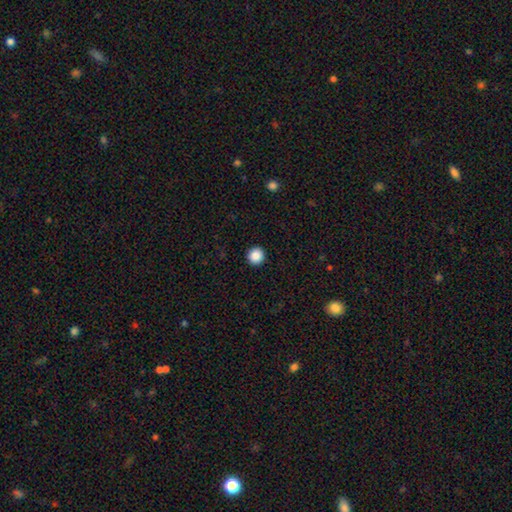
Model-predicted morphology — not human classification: Overall: smooth (88%). How rounded: round (95%). Merging: none (94%).